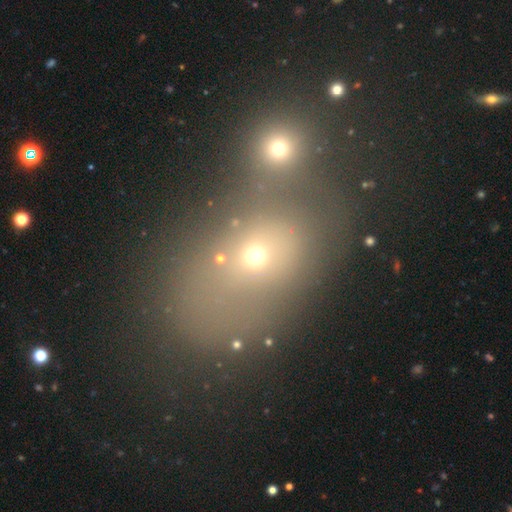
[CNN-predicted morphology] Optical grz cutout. It shows a smooth galaxy with no disk features (62%) that is in between round and cigar-shaped (60%). Merging: merger (53%).